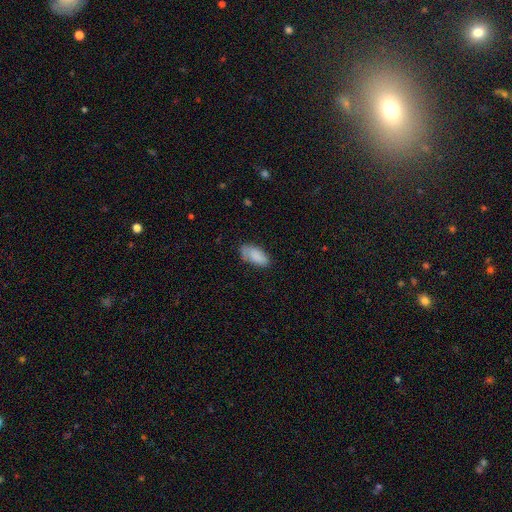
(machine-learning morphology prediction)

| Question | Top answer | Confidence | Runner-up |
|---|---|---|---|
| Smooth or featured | smooth | 84% | featured or disk (10%) |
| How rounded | in between | 91% | cigar-shaped (7%) |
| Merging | none | 65% | minor disturbance (26%) |